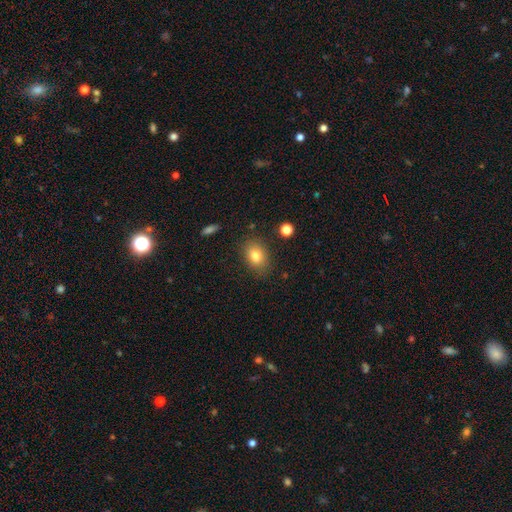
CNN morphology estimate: Overall: smooth (80%). How rounded: in between (72%). Merging: none (82%).